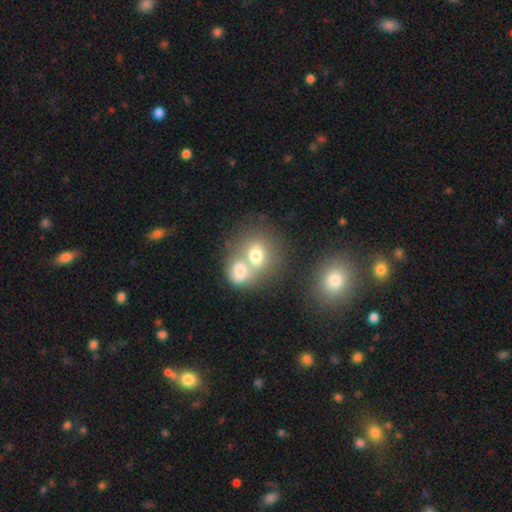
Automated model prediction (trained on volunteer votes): A smooth galaxy with no disk features (69%) that is round (59%).

Vote fractions:
- Smooth or featured? smooth: 69% / featured or disk: 20% / star or artifact: 11%
- How rounded? round: 59% / in between: 40% / cigar-shaped: 1%
- Merging? merger: 58% / none: 29% / minor disturbance: 8% / major disturbance: 5%